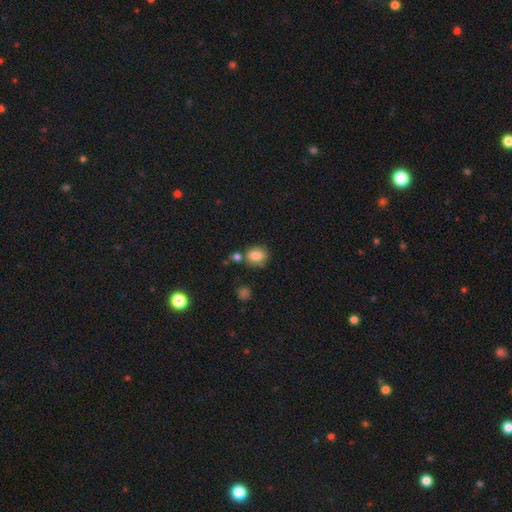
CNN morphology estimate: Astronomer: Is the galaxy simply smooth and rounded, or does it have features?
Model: smooth — 81%.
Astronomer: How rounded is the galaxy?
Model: round — 52% (runner-up: in between, 47%).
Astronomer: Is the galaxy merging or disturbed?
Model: none — 65%.